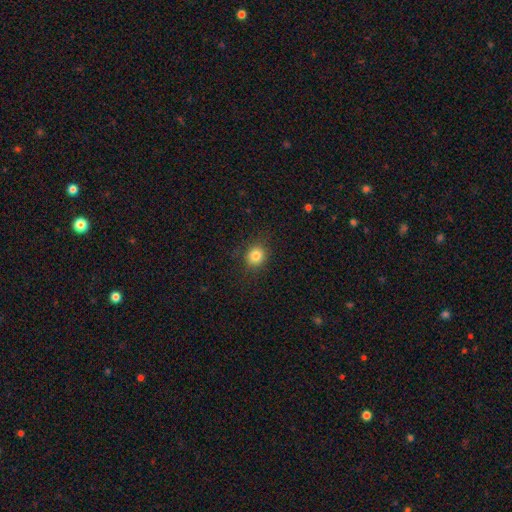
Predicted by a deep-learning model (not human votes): Morphology: type=smooth (83%); roundness=round (82%); merging=none (86%).